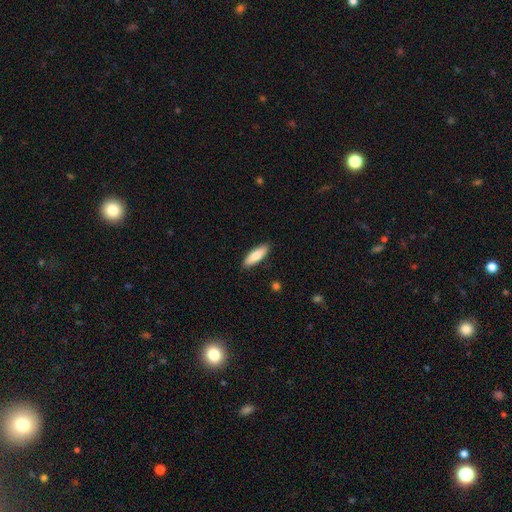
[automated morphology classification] Smooth or featured? smooth (79%)
How rounded? cigar-shaped (53%)
Merging? none (89%)